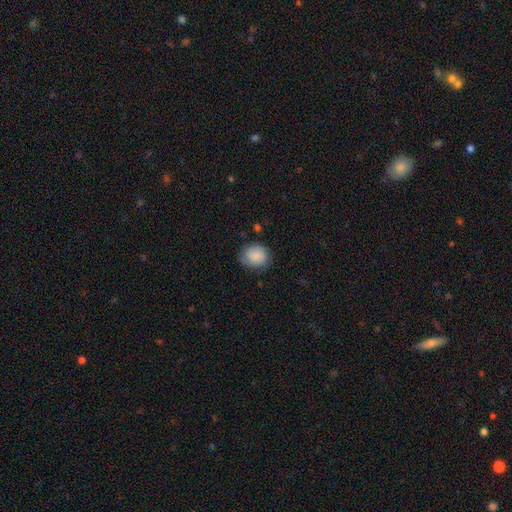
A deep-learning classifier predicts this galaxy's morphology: smooth-or-featured: smooth: 87% | star or artifact: 7% | featured or disk: 5%
  how-rounded: round: 72% | in between: 27% | cigar-shaped: 1%
  merging: none: 76% | minor disturbance: 18% | major disturbance: 4% | merger: 1%